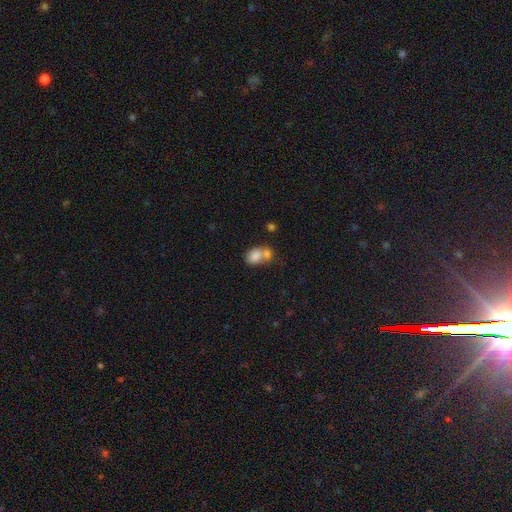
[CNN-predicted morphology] This appears to be a smooth galaxy with no disk features (79%) that is in between round and cigar-shaped (62%). Merging: merger (59%).